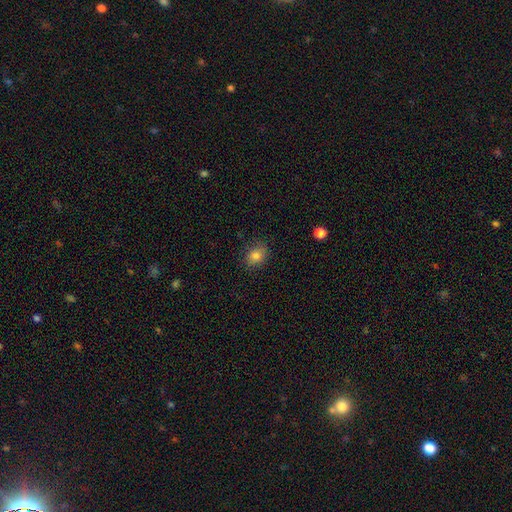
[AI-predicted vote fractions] Smooth or featured: smooth — 82% (star or artifact — 11%)
How rounded: in between — 51% (round — 48%)
Merging: none — 84% (minor disturbance — 12%)